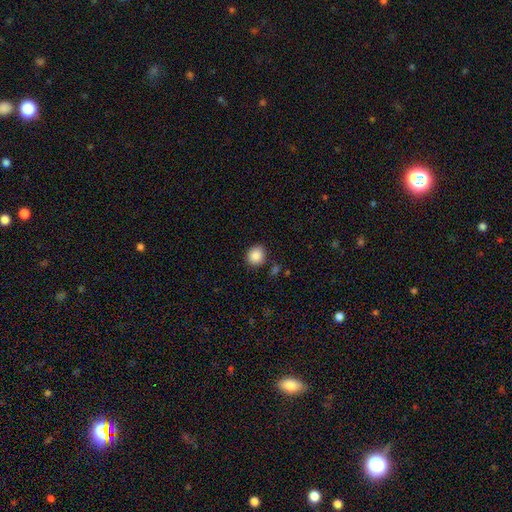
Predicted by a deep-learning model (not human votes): This appears to be a smooth galaxy with no disk features (88%) that is round (81%). Merging: none (85%).